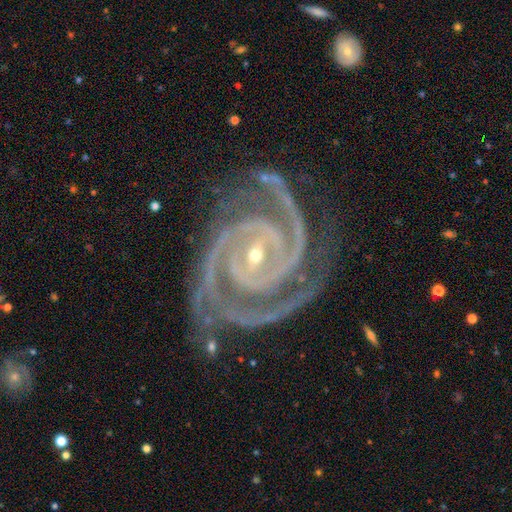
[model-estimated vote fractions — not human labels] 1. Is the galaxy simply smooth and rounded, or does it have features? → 94% featured or disk, 4% star or artifact, 2% smooth.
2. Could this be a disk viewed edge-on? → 98% no, 2% yes.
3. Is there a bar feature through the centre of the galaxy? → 39% strong, 36% weak, 25% no.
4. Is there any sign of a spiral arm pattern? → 99% yes, 1% no.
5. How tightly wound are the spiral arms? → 72% tight, 25% medium, 3% loose.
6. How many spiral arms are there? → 65% 2, 18% 3, 5% 4, 4% can't tell, 4% more than 4, 4% 1.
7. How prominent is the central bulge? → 71% small, 26% moderate, 1% large, 1% none, 1% dominant.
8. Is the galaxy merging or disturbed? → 75% none, 16% minor disturbance, 7% major disturbance, 2% merger.